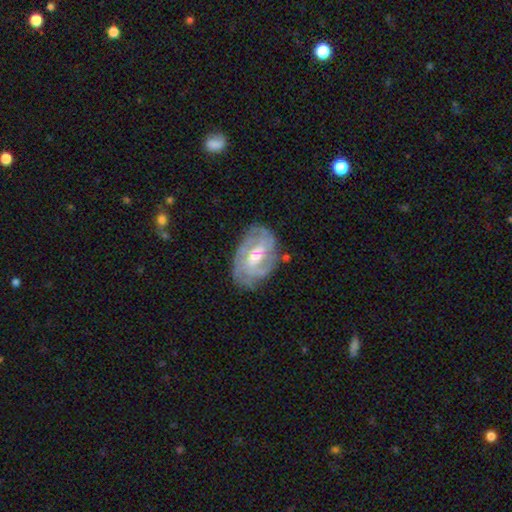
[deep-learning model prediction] smooth-or-featured: featured or disk: 84% | smooth: 11% | star or artifact: 5%
  disk-edge-on: no: 96% | yes: 4%
    bar: weak: 49% | no: 27% | strong: 24%
    has-spiral-arms: yes: 93% | no: 7%
      spiral-winding: tight: 59% | medium: 32% | loose: 8%
      spiral-arm-count: 2: 28% | can't tell: 27% | 3: 25% | 4: 11% | 1: 4% | more than 4: 4%
    bulge-size: moderate: 55% | small: 41% | large: 2% | none: 1% | dominant: 1%
  merging: none: 76% | minor disturbance: 17% | major disturbance: 5% | merger: 1%